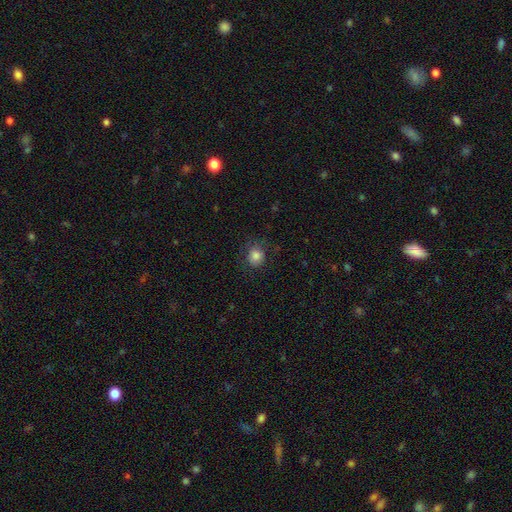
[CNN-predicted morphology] The model was most divided on "how rounded": round: 78%, in between: 21%, cigar-shaped: 1%. More confident: smooth or featured — smooth (82%); merging — none (77%).